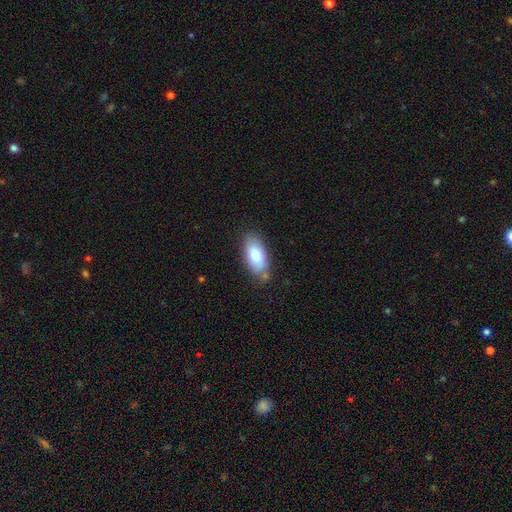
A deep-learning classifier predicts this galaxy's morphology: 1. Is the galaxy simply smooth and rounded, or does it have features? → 81% smooth, 13% featured or disk, 6% star or artifact.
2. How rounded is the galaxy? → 88% in between, 10% cigar-shaped, 2% round.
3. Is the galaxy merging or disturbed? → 76% none, 17% minor disturbance, 4% merger, 3% major disturbance.